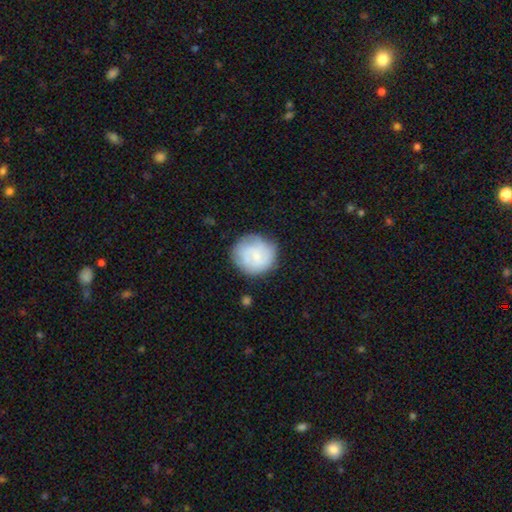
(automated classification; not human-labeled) A smooth galaxy with no disk features (60%) that is round (88%).

Vote fractions:
- Smooth or featured? smooth: 60% / featured or disk: 33% / star or artifact: 7%
- How rounded? round: 88% / in between: 11% / cigar-shaped: 1%
- Merging? none: 69% / minor disturbance: 20% / major disturbance: 7% / merger: 3%